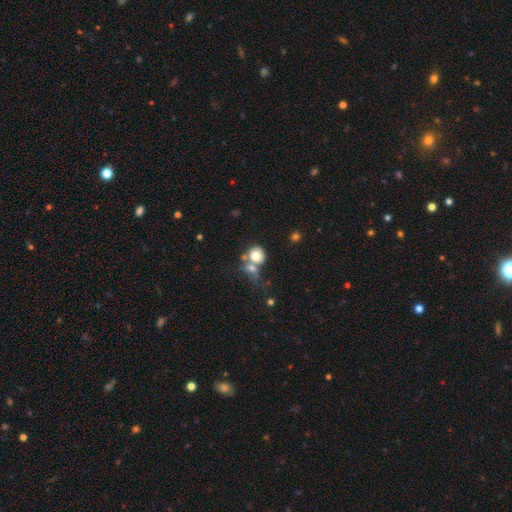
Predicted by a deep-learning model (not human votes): Q: Smooth or featured?
A: smooth (74%); runner-up: featured or disk (16%)
Q: How rounded?
A: round (76%); runner-up: in between (23%)
Q: Merging?
A: merger (50%); runner-up: none (31%)